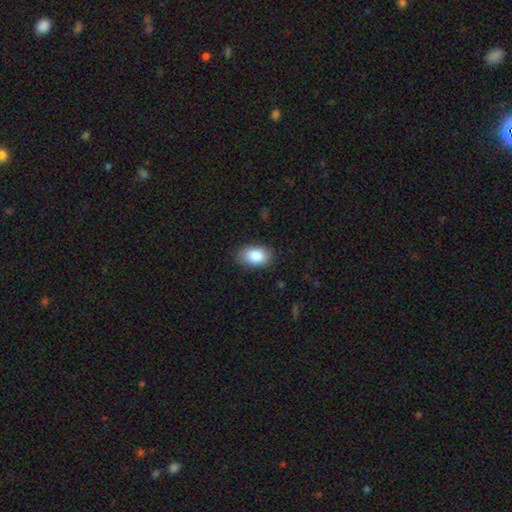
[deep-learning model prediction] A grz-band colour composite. It shows a smooth galaxy with no disk features (87%) that is in between round and cigar-shaped (89%). Merging: none (85%).